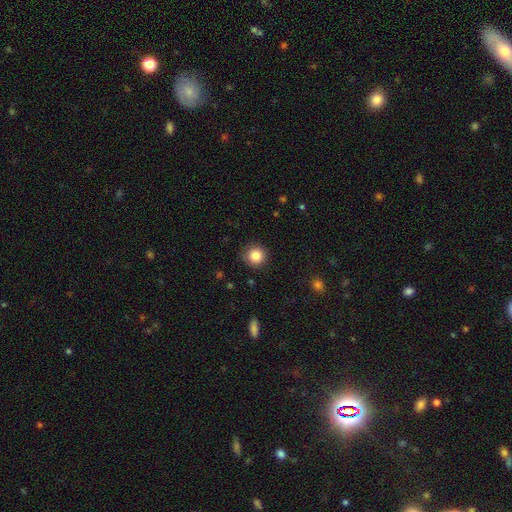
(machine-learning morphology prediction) Overall: smooth (85%). How rounded: round (94%). Merging: none (88%).